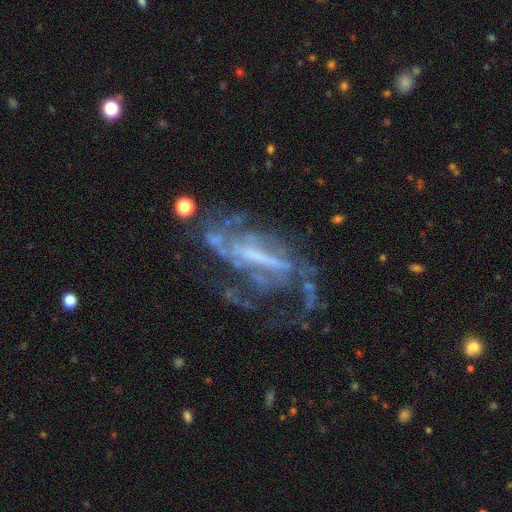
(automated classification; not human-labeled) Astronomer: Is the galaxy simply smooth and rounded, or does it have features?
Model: featured or disk — 81%.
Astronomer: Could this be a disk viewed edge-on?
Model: no — 87%.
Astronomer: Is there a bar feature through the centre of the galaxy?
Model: strong — 50% (runner-up: weak, 28%).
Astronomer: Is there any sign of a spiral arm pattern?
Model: yes — 77%.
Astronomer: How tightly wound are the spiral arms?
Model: medium — 41% (runner-up: tight, 33%).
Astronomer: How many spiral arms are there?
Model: can't tell — 43% (runner-up: 2, 27%).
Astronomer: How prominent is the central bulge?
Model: none — 43% (runner-up: small, 26%).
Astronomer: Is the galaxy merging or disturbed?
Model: none — 40% (runner-up: major disturbance, 34%).